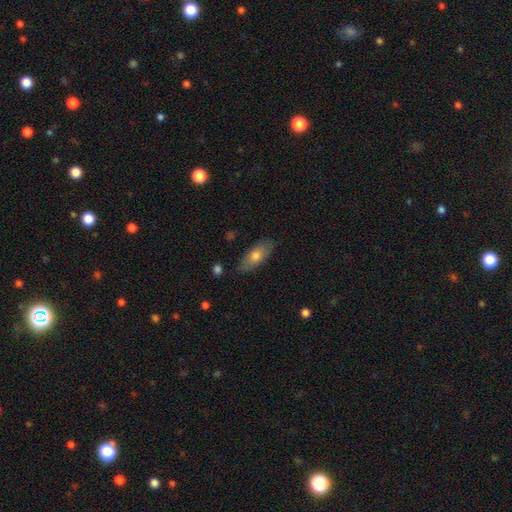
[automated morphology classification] The model was most divided on "smooth or featured": smooth: 70%, featured or disk: 24%, star or artifact: 6%. More confident: merging — none (82%); how rounded — in between (81%).